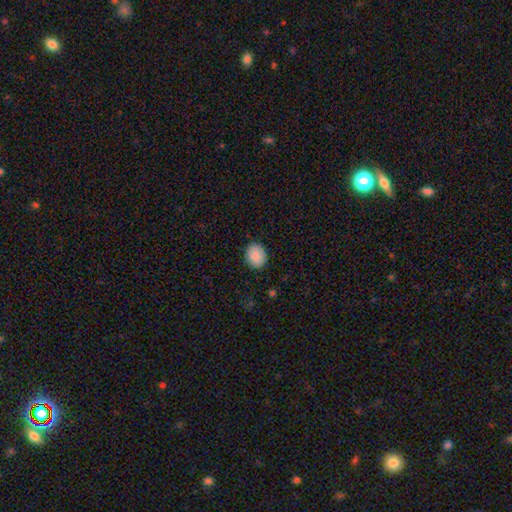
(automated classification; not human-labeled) smooth_or_featured: smooth (p=0.89) [alt: star or artifact p=0.07]
how_rounded: round (p=0.63) [alt: in between p=0.36]
merging: none (p=0.90) [alt: minor disturbance p=0.07]